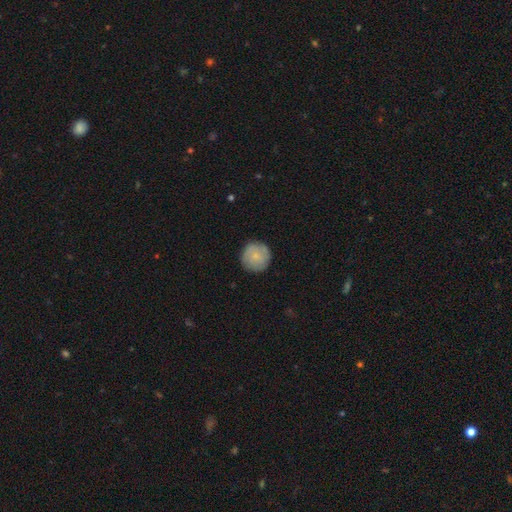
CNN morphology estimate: Overall: smooth (70%). How rounded: round (95%). Merging: none (85%).